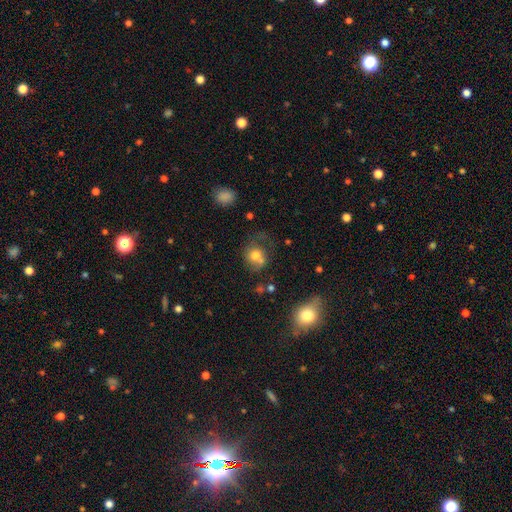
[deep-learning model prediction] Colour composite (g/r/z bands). It shows a smooth galaxy with no disk features (66%) that is round (73%). Merging: none (38%).